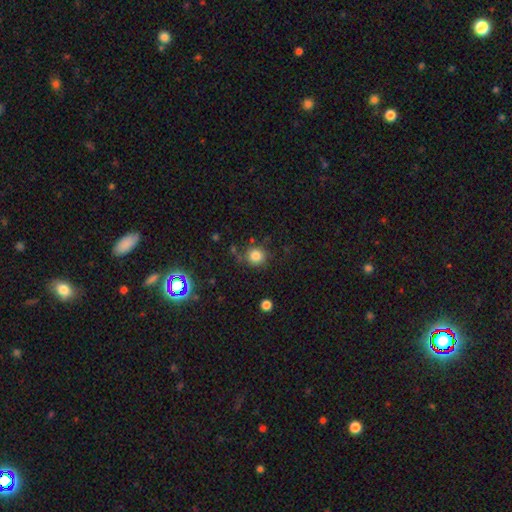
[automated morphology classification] A smooth galaxy with no disk features (80%) that is round (90%).

Vote fractions:
- Smooth or featured? smooth: 80% / star or artifact: 14% / featured or disk: 6%
- How rounded? round: 90% / in between: 9% / cigar-shaped: 1%
- Merging? none: 78% / minor disturbance: 13% / merger: 5% / major disturbance: 4%